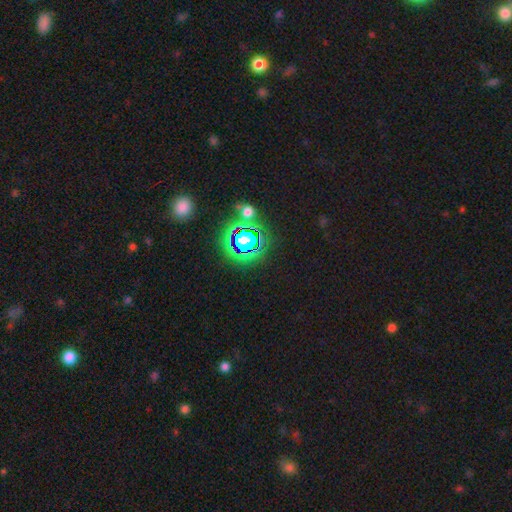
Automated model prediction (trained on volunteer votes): Morphology: type=star or artifact (75%).